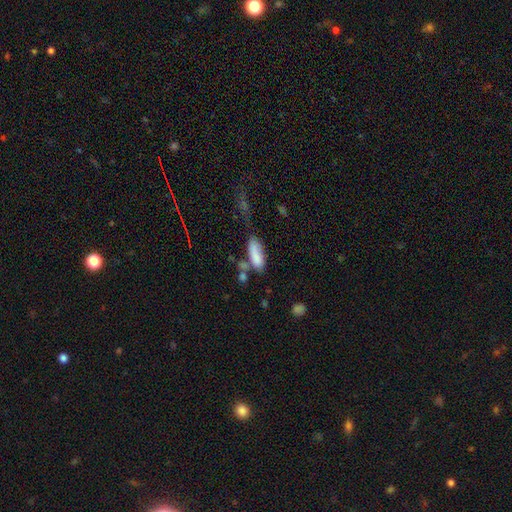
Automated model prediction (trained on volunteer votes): Smooth or featured? smooth (80%)
How rounded? in between (69%)
Merging? none (37%)